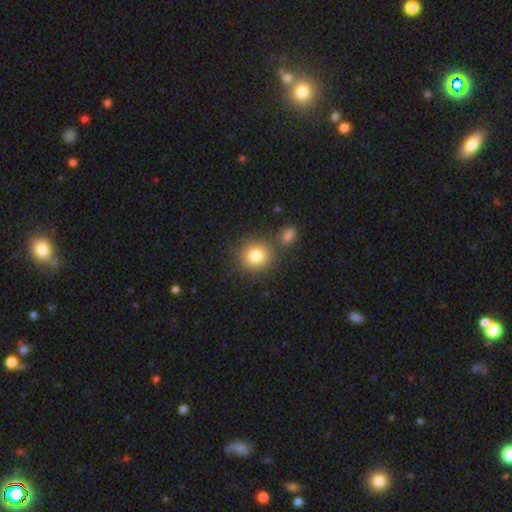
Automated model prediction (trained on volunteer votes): smooth 81%, star or artifact 10%, featured or disk 9%. Down the decision tree: how rounded — round (87%); merging — none (75%).